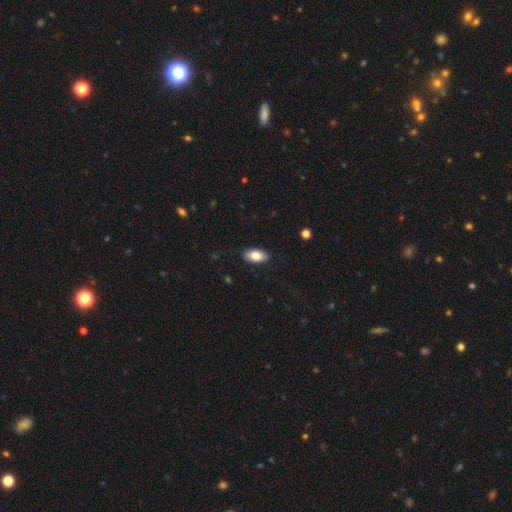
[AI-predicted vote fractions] Smooth or featured?
  - smooth: 84% *
  - featured or disk: 9%
  - star or artifact: 7%
How rounded?
  - in between: 93% *
  - round: 4%
  - cigar-shaped: 3%
Merging?
  - none: 88% *
  - minor disturbance: 9%
  - major disturbance: 2%
  - merger: 1%